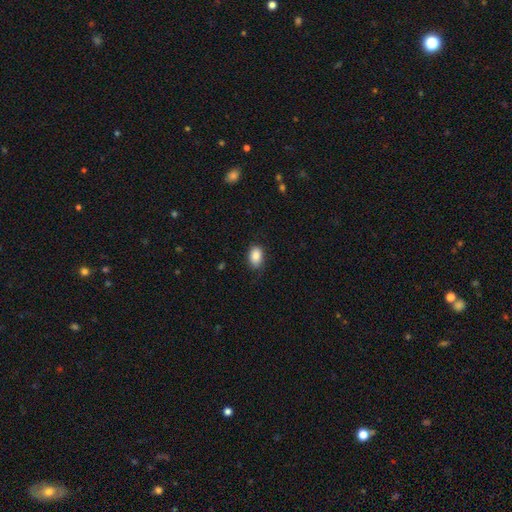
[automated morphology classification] smooth-or-featured: smooth: 86% | star or artifact: 8% | featured or disk: 6%
  how-rounded: in between: 84% | round: 14% | cigar-shaped: 1%
  merging: none: 77% | minor disturbance: 17% | major disturbance: 4% | merger: 1%